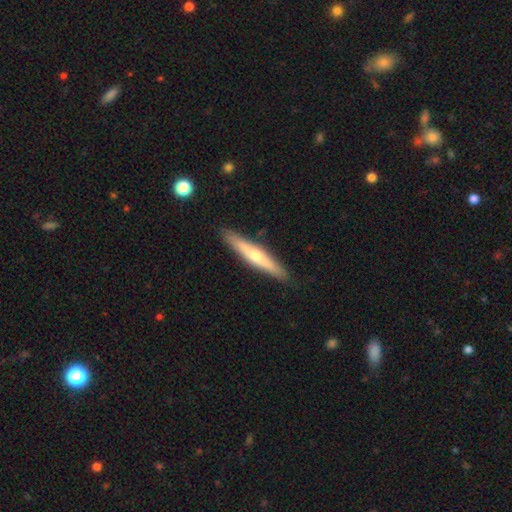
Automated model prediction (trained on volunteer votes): Smooth or featured? featured or disk (53%)
Edge-on disk? yes (95%)
Edge-on bulge? rounded (74%)
Merging? none (90%)